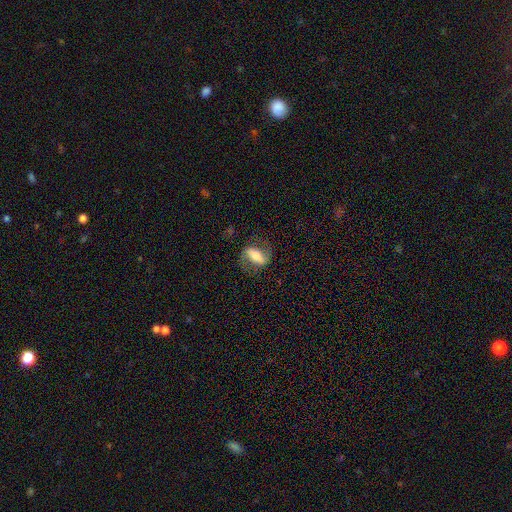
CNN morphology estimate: This appears to be a featured or disk galaxy (64%) with a strong bar (56%), spiral arms (85%) and a moderate central bulge (41%). Merging: none (72%).